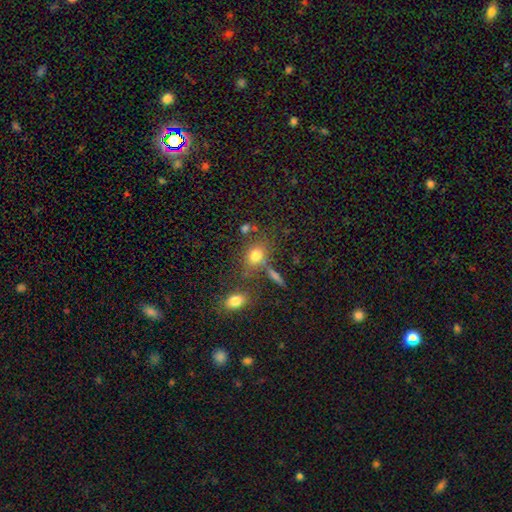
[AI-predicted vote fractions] The model was most divided on "how rounded": in between: 51%, round: 46%, cigar-shaped: 2%. More confident: smooth or featured — smooth (75%); merging — none (63%).